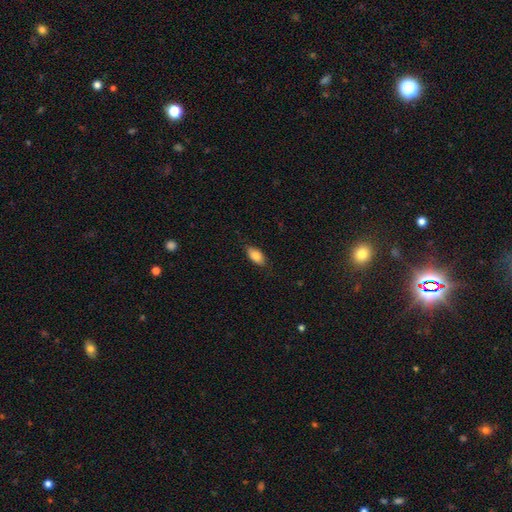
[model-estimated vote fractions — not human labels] The model was most divided on "merging": none: 82%, minor disturbance: 15%, major disturbance: 3%, merger: 1%. More confident: how rounded — in between (92%); smooth or featured — smooth (81%).